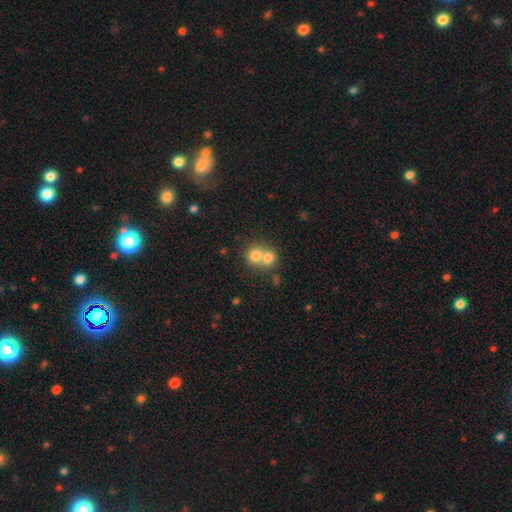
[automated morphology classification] Q: Smooth or featured?
A: smooth (74%); runner-up: featured or disk (15%)
Q: How rounded?
A: round (80%); runner-up: in between (19%)
Q: Merging?
A: merger (64%); runner-up: none (29%)